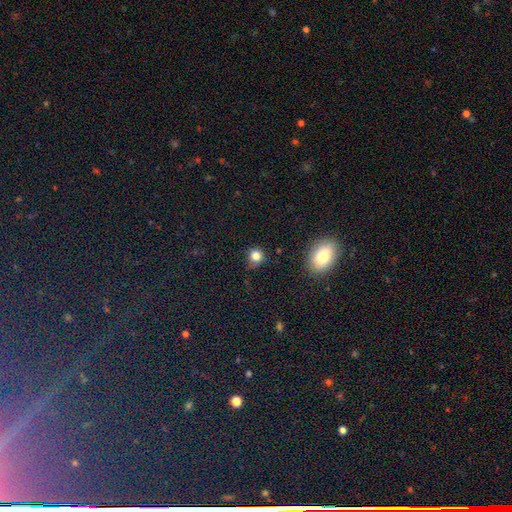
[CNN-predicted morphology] Overall: smooth (82%). How rounded: round (87%). Merging: none (77%).